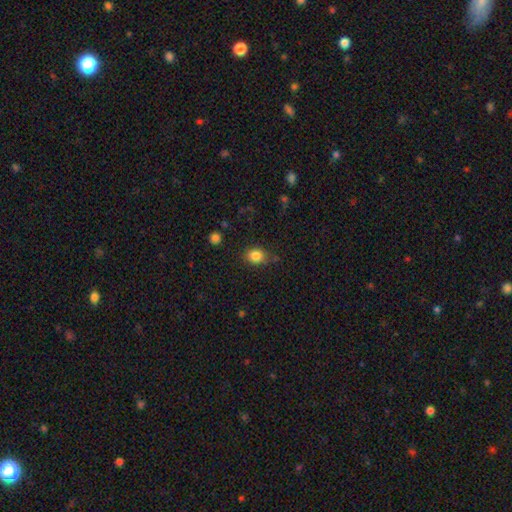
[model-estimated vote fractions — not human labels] smooth-or-featured: smooth: 84% | star or artifact: 11% | featured or disk: 5%
  how-rounded: round: 56% | in between: 43% | cigar-shaped: 1%
  merging: none: 76% | minor disturbance: 17% | major disturbance: 4% | merger: 3%